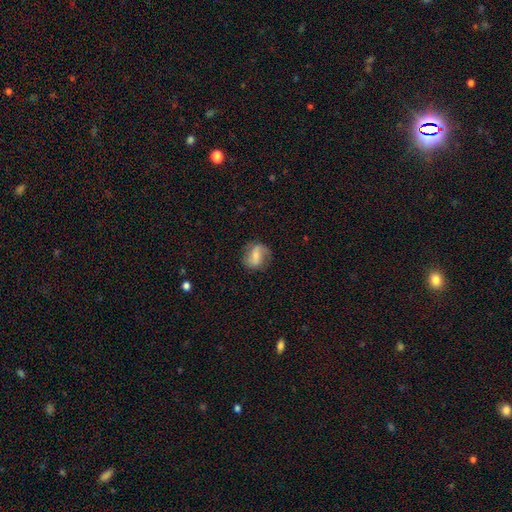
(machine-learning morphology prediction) Smooth or featured? Predicted: featured or disk (p=0.48). Merging? Predicted: none (p=0.70).